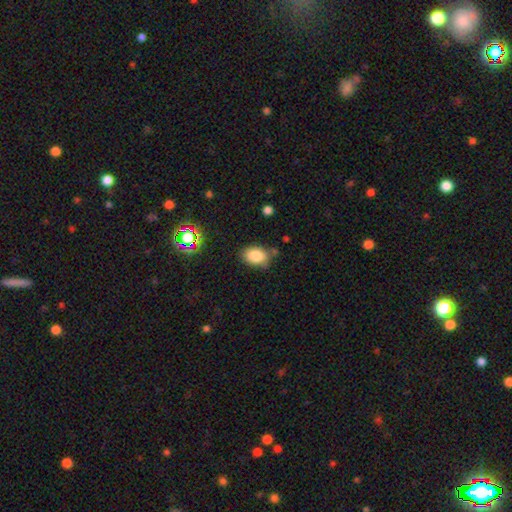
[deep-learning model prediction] Smooth or featured: smooth — 84% (star or artifact — 10%)
How rounded: in between — 82% (round — 16%)
Merging: none — 72% (minor disturbance — 19%)